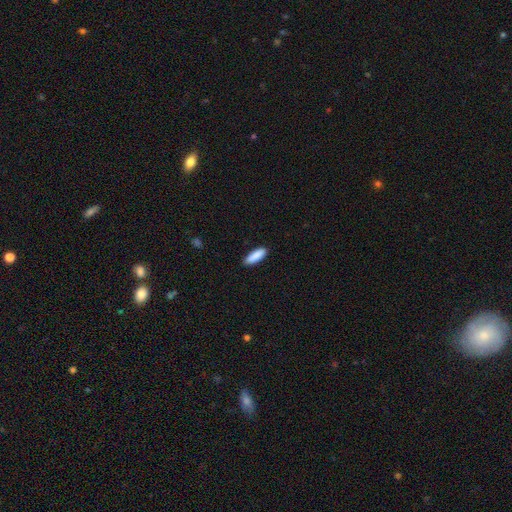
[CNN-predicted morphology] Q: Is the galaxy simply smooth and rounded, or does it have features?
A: smooth — 90%.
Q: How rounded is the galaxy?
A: in between — 51%.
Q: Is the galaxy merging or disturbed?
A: none — 88%.